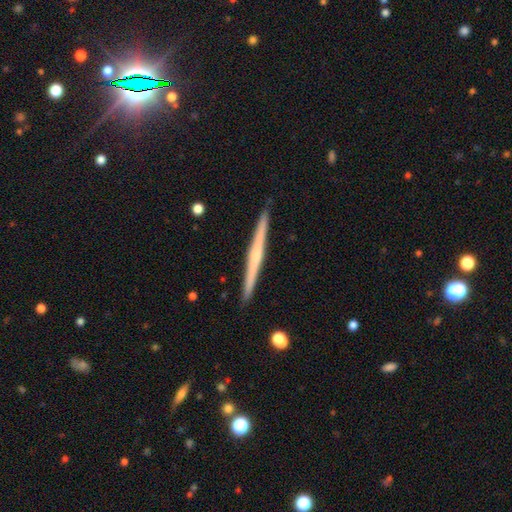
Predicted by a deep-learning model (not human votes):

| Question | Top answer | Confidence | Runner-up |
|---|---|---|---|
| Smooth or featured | featured or disk | 64% | smooth (30%) |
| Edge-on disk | yes | 98% | no (2%) |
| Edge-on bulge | none | 53% | rounded (40%) |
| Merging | none | 92% | minor disturbance (5%) |